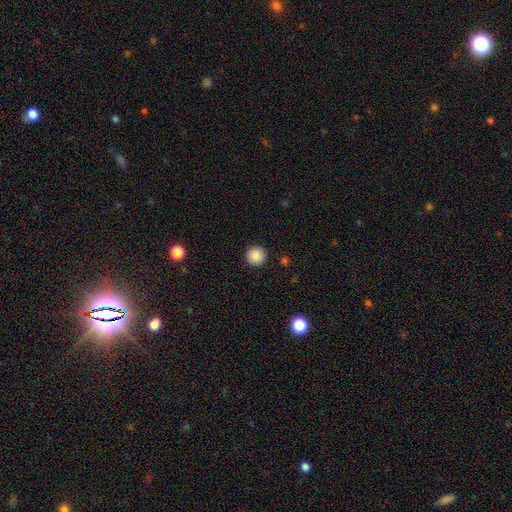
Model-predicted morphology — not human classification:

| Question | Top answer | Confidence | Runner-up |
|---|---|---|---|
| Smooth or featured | smooth | 88% | star or artifact (9%) |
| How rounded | round | 95% | in between (4%) |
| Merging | none | 92% | minor disturbance (5%) |